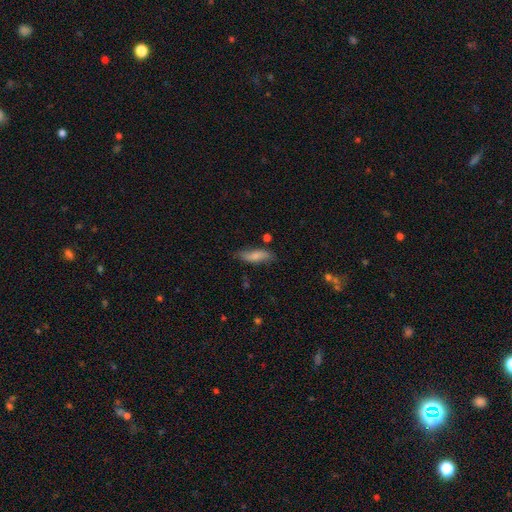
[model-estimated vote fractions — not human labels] smooth_or_featured: smooth (p=0.70) [alt: featured or disk p=0.23]
how_rounded: in between (p=0.54) [alt: cigar-shaped p=0.44]
merging: none (p=0.71) [alt: minor disturbance p=0.22]